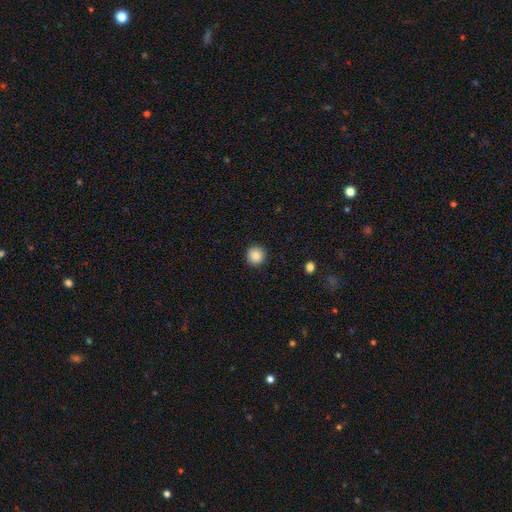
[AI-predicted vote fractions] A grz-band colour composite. It shows a smooth galaxy with no disk features (86%) that is round (95%). Merging: none (92%).